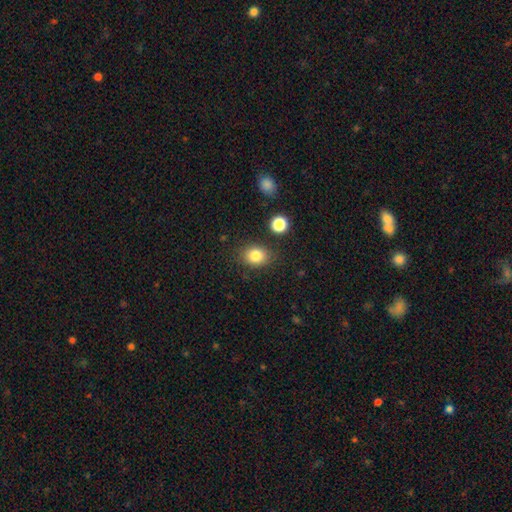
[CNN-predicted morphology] This appears to be a smooth galaxy with no disk features (83%) that is in between round and cigar-shaped (53%). Merging: none (82%).